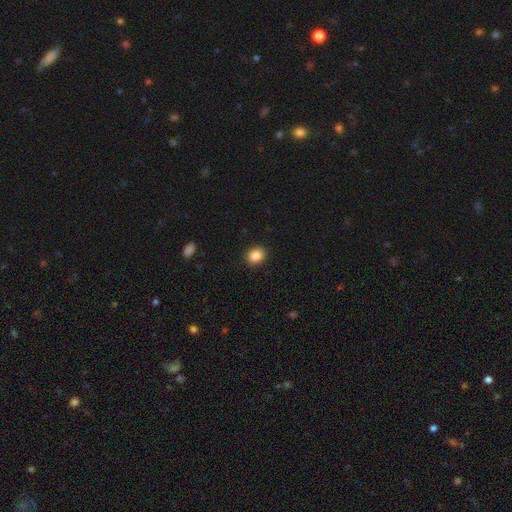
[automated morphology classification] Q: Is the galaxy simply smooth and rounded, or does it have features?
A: smooth — 87%.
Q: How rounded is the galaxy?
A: round — 61%.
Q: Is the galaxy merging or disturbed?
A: none — 90%.